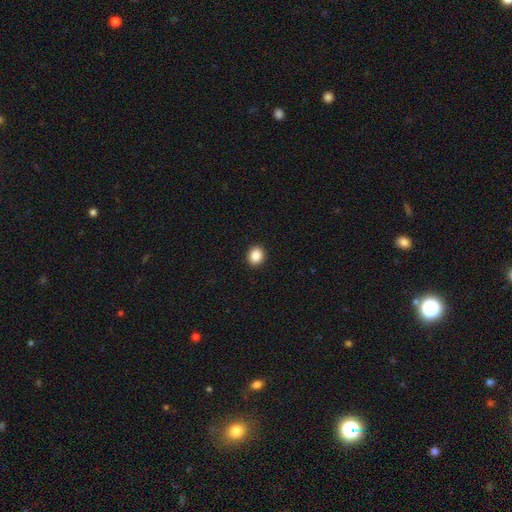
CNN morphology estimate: Smooth or featured? smooth (88%)
How rounded? round (70%)
Merging? none (92%)